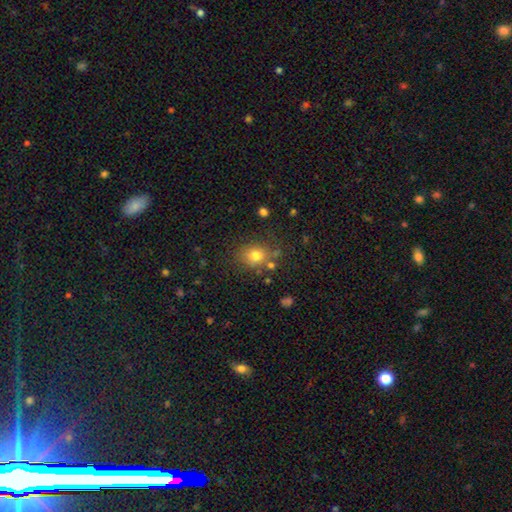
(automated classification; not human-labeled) Morphology: type=smooth (77%); roundness=round (68%); merging=none (73%).